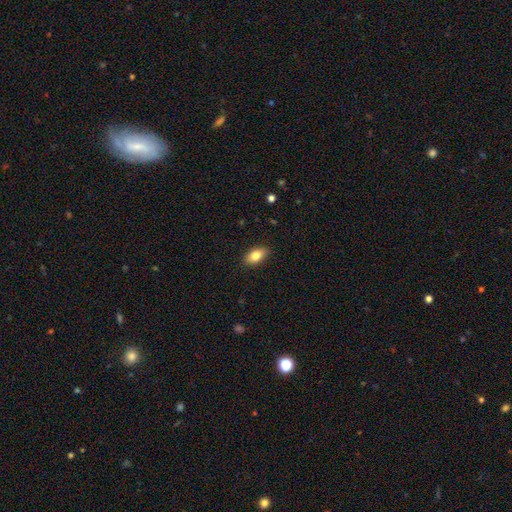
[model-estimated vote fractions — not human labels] Overall: smooth (82%). How rounded: in between (90%). Merging: none (88%).